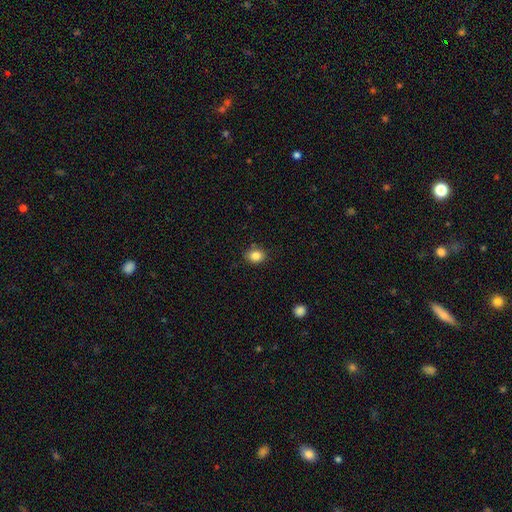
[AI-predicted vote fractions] smooth 85%, star or artifact 10%, featured or disk 5%. Down the decision tree: how rounded — round (51%); merging — none (83%).